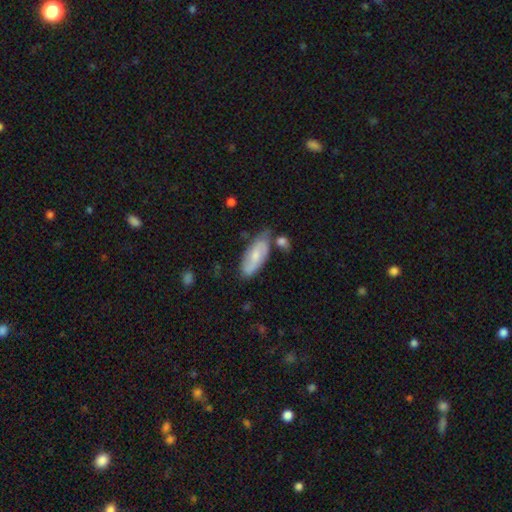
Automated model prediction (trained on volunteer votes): This is possibly a smooth galaxy (48%). Merging: likely none (62%).